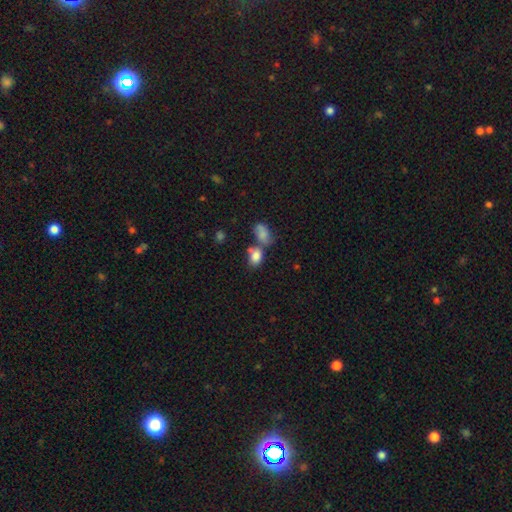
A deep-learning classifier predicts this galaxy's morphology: smooth-or-featured: smooth: 81% | star or artifact: 10% | featured or disk: 9%
  how-rounded: in between: 75% | round: 24% | cigar-shaped: 2%
  merging: merger: 42% | none: 38% | minor disturbance: 14% | major disturbance: 6%